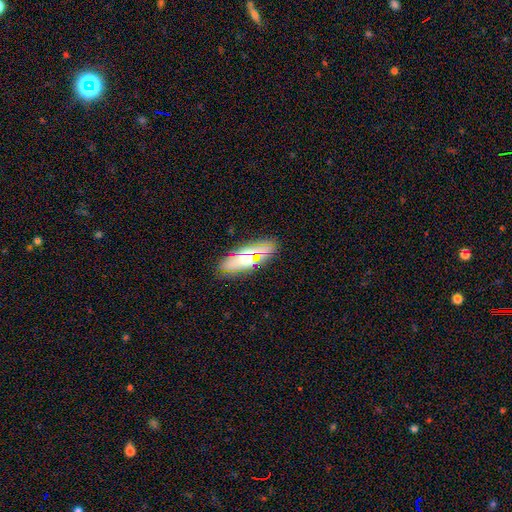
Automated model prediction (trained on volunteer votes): featured or disk 53%, smooth 38%, star or artifact 8%. Down the decision tree: edge-on disk — yes (59%); merging — none (81%).